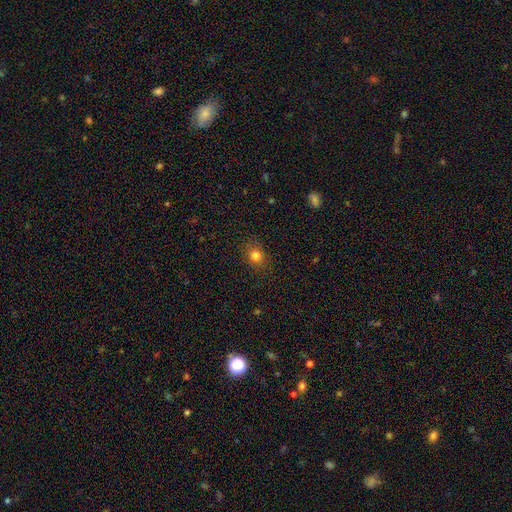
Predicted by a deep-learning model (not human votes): smooth-or-featured: smooth: 80% | star or artifact: 13% | featured or disk: 6%
  how-rounded: round: 67% | in between: 32% | cigar-shaped: 1%
  merging: none: 87% | minor disturbance: 9% | major disturbance: 3% | merger: 1%